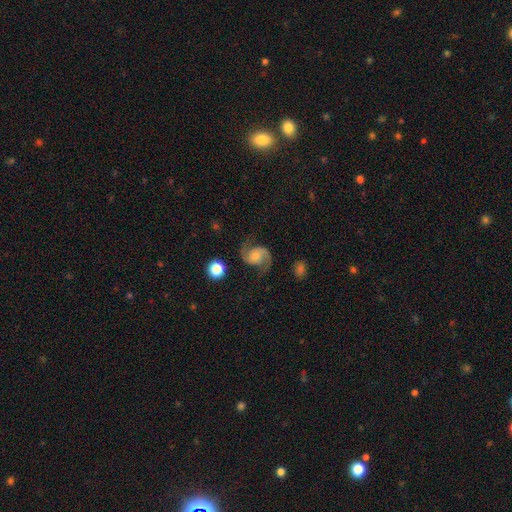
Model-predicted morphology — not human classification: Smooth or featured? featured or disk (87%)
Edge-on disk? no (98%)
Bar? no (60%)
Spiral arms? yes (98%)
Spiral winding? medium (50%)
Spiral arm count? 2 (94%)
Bulge size? moderate (41%)
Merging? none (77%)